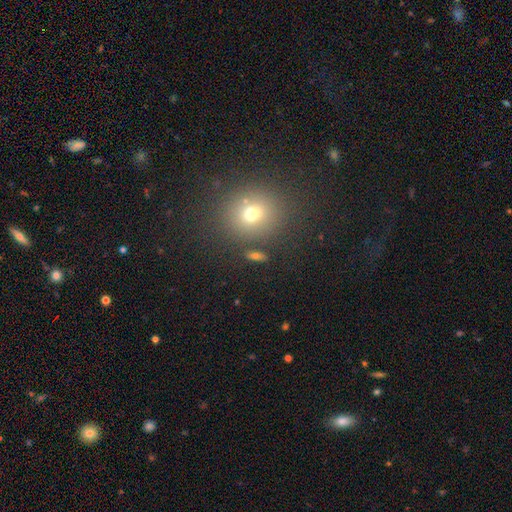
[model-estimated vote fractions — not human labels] A smooth galaxy with no disk features (61%) that is round (52%). Merging: none (79%).